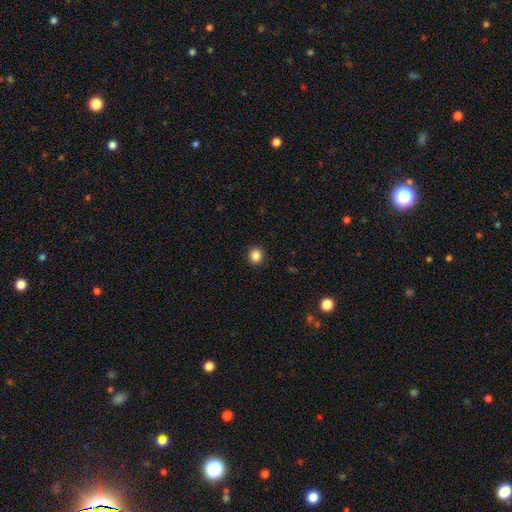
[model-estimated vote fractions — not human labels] The model was most divided on "how rounded": round: 87%, in between: 12%, cigar-shaped: 1%. More confident: merging — none (92%); smooth or featured — smooth (86%).